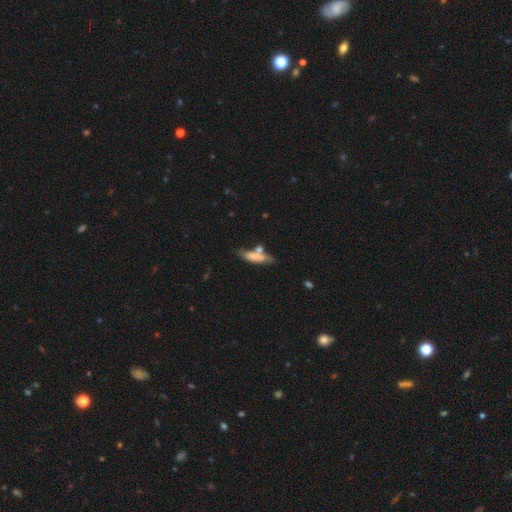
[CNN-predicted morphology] Q: Smooth or featured?
A: smooth (67%); runner-up: featured or disk (25%)
Q: How rounded?
A: cigar-shaped (62%); runner-up: in between (36%)
Q: Merging?
A: none (51%); runner-up: merger (23%)